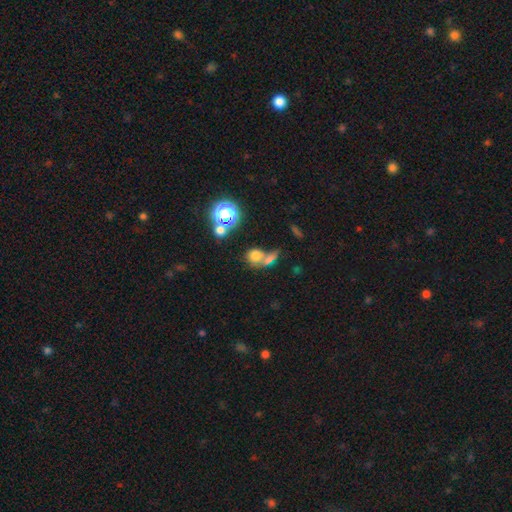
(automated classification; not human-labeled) smooth_or_featured: smooth (p=0.69) [alt: star or artifact p=0.19]
how_rounded: round (p=0.74) [alt: in between p=0.24]
merging: merger (p=0.42) [alt: none p=0.41]